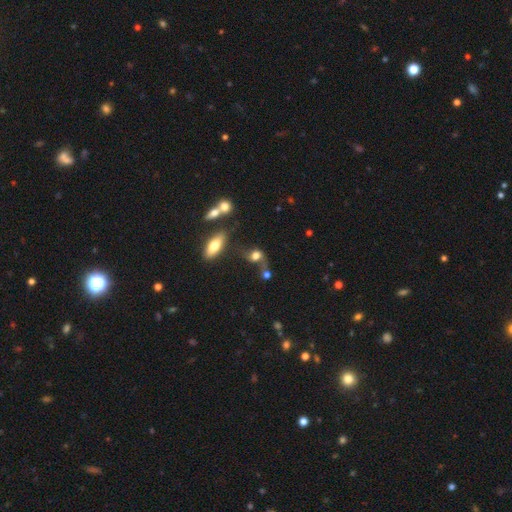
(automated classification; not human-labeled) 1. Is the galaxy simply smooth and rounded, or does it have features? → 60% smooth, 26% featured or disk, 15% star or artifact.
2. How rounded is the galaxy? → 48% round (tied), 48% in between (tied), 4% cigar-shaped.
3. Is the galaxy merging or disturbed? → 30% merger, 28% none, 25% major disturbance, 16% minor disturbance.